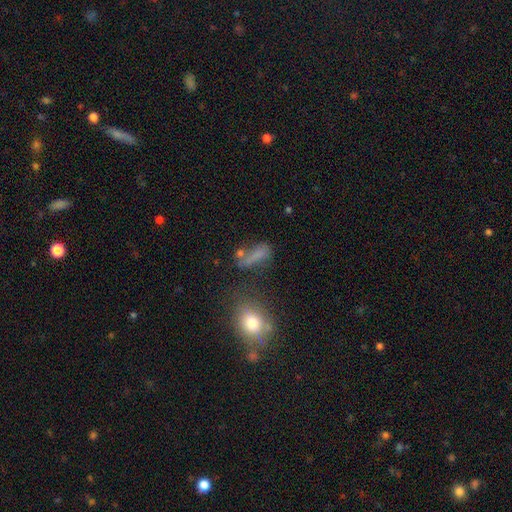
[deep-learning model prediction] smooth-or-featured: smooth: 64% | star or artifact: 18% | featured or disk: 18%
  how-rounded: in between: 48% | cigar-shaped: 42% | round: 9%
  merging: none: 47% | minor disturbance: 19% | merger: 18% | major disturbance: 16%